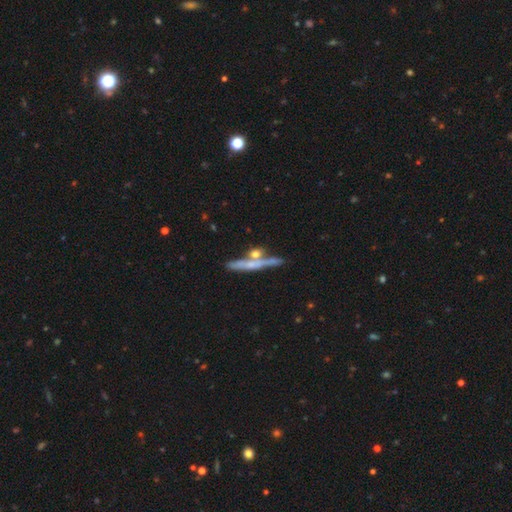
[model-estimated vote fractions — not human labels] A featured or disk galaxy (53%) viewed edge-on (90%). Merging: none (64%).